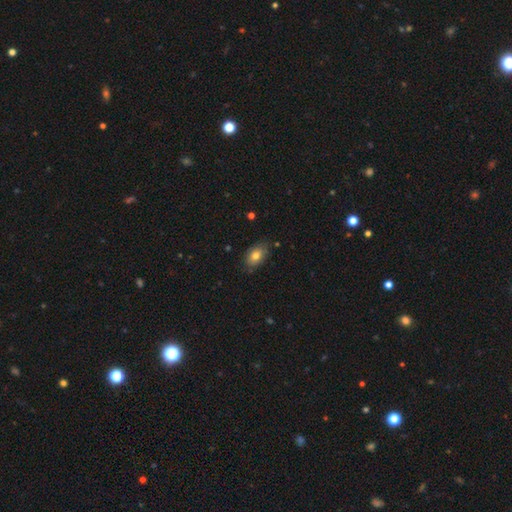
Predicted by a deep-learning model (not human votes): The model was most divided on "merging": none: 78%, minor disturbance: 17%, major disturbance: 3%, merger: 2%. More confident: how rounded — in between (88%); smooth or featured — smooth (79%).